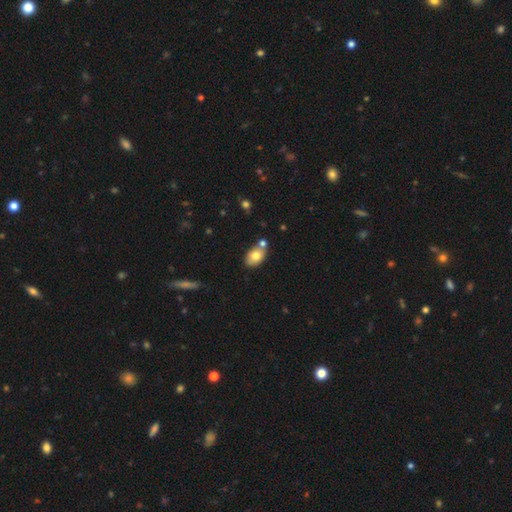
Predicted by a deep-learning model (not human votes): A smooth galaxy with no disk features (76%) that is in between round and cigar-shaped (87%). Merging: none (63%).